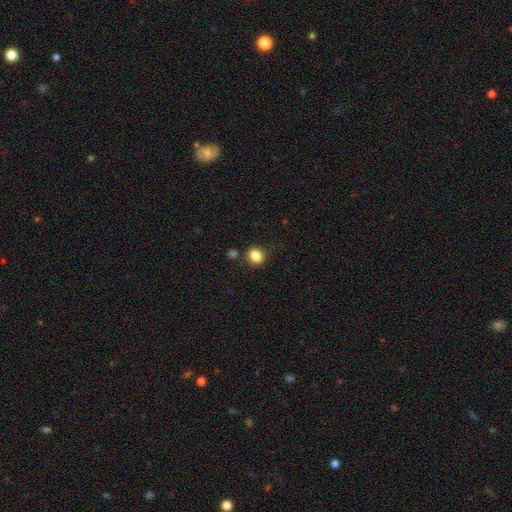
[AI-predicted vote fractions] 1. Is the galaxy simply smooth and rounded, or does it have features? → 84% smooth, 11% star or artifact, 6% featured or disk.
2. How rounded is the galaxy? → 58% round, 41% in between, 1% cigar-shaped.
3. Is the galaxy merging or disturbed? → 73% none, 16% minor disturbance, 7% merger, 5% major disturbance.